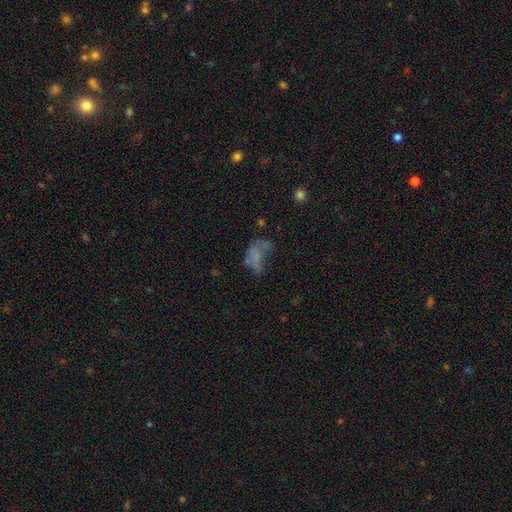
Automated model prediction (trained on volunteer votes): Smooth or featured? Predicted: smooth (p=0.44). Merging? Predicted: major disturbance (p=0.37).